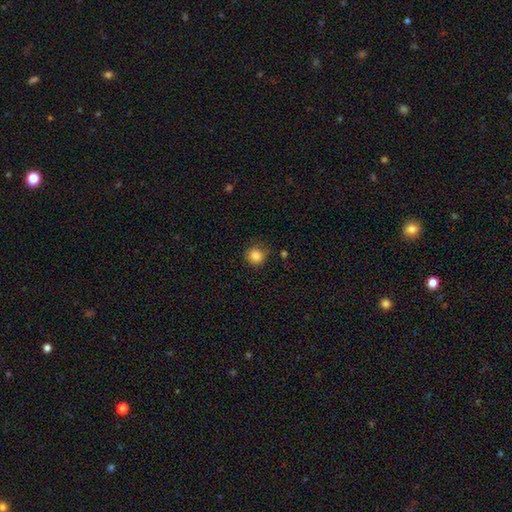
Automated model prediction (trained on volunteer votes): Overall: smooth (85%). How rounded: round (92%). Merging: none (84%).